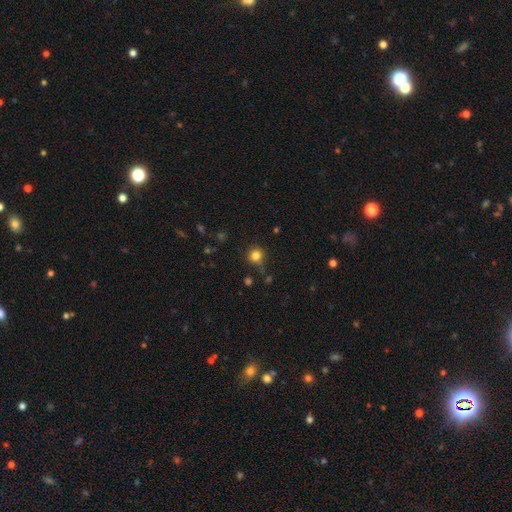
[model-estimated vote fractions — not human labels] Smooth or featured?
  - smooth: 81% *
  - star or artifact: 14%
  - featured or disk: 5%
How rounded?
  - round: 92% *
  - in between: 7%
  - cigar-shaped: 1%
Merging?
  - none: 79% *
  - minor disturbance: 13%
  - major disturbance: 4%
  - merger: 4%